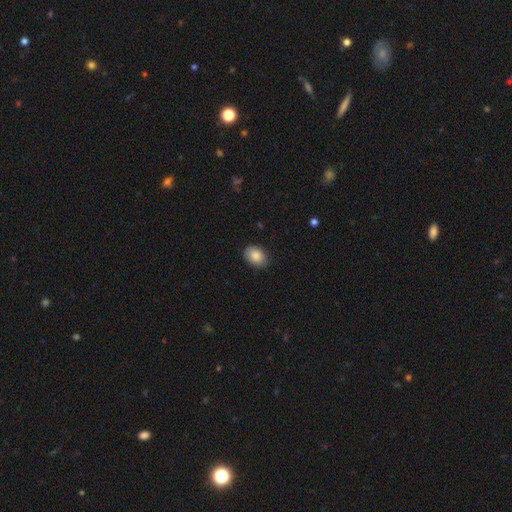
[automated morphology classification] A smooth galaxy with no disk features (88%) that is in between round and cigar-shaped (78%).

Vote fractions:
- Smooth or featured? smooth: 88% / star or artifact: 7% / featured or disk: 5%
- How rounded? in between: 78% / round: 21% / cigar-shaped: 1%
- Merging? none: 84% / minor disturbance: 12% / major disturbance: 2% / merger: 1%